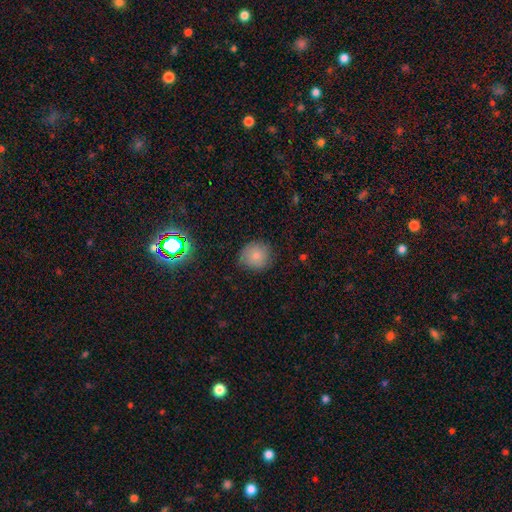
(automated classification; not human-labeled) This appears to be a smooth galaxy with no disk features (79%) that is round (86%). Merging: none (76%).